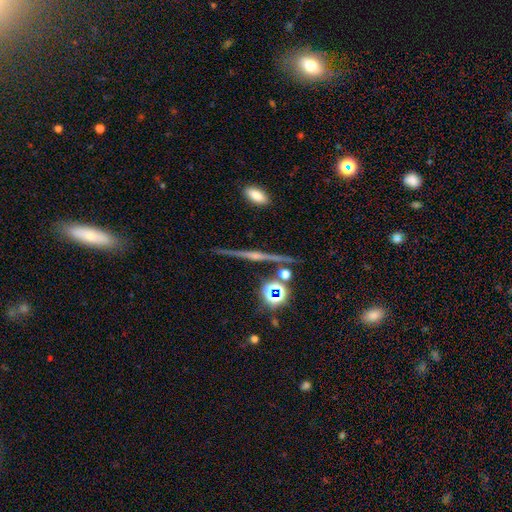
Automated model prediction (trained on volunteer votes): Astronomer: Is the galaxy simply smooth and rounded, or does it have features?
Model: featured or disk — 75%.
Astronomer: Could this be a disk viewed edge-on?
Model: yes — 97%.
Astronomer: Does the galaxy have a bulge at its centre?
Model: rounded — 77%.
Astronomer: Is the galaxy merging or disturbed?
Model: none — 88%.